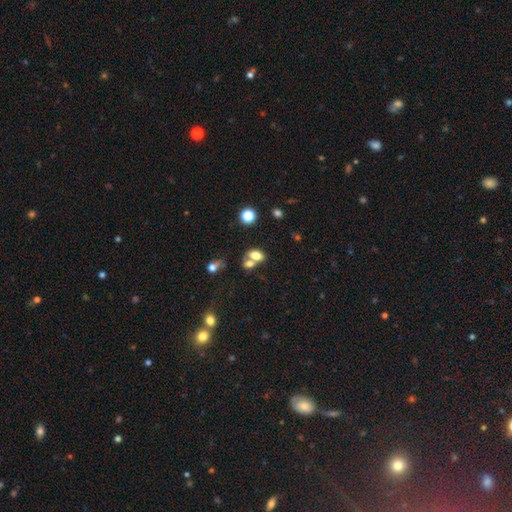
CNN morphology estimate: Q: Smooth or featured?
A: smooth (73%); runner-up: featured or disk (15%)
Q: How rounded?
A: in between (82%); runner-up: round (16%)
Q: Merging?
A: merger (51%); runner-up: none (33%)